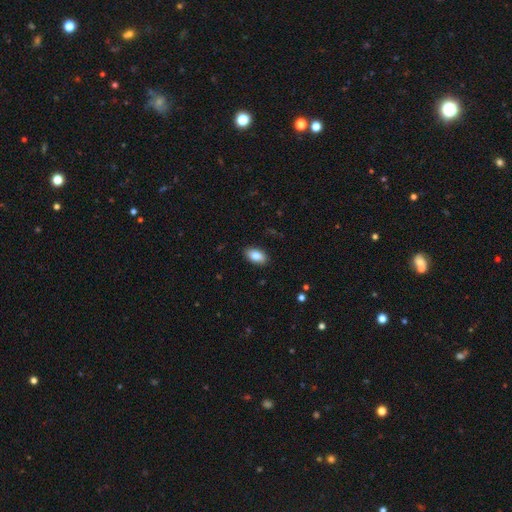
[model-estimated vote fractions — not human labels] This appears to be a smooth galaxy with no disk features (82%) that is in between round and cigar-shaped (93%). Merging: none (89%).